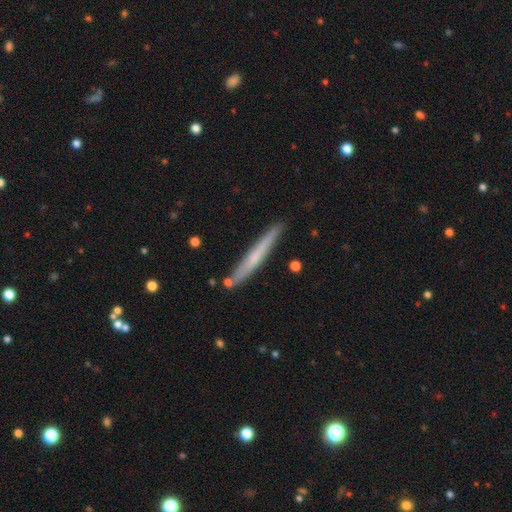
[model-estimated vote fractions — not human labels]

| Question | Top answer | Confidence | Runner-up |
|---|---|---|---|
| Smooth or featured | smooth | 50% | featured or disk (44%) |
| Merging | none | 86% | minor disturbance (10%) |